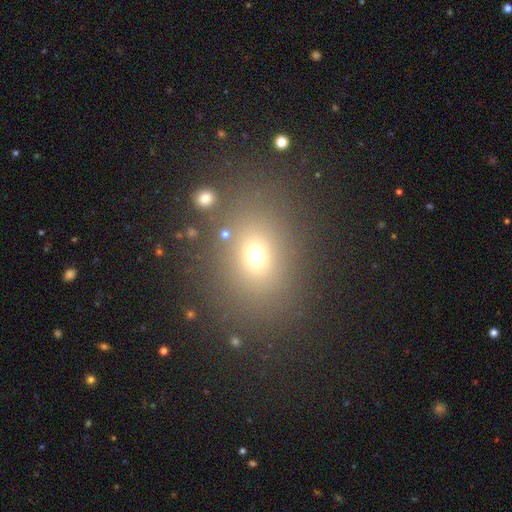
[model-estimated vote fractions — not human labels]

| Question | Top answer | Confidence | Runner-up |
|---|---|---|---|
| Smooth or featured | smooth | 67% | star or artifact (22%) |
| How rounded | round | 50% | in between (48%) |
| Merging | none | 79% | minor disturbance (10%) |